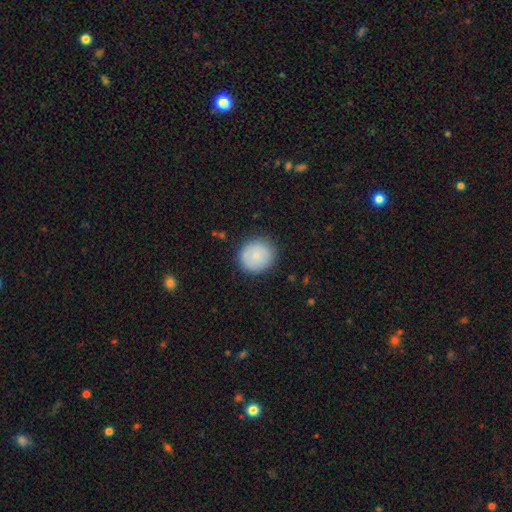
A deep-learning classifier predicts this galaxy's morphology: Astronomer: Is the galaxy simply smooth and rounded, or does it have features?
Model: smooth — 77%.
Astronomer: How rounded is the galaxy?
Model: round — 90%.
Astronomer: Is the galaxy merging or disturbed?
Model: none — 85%.